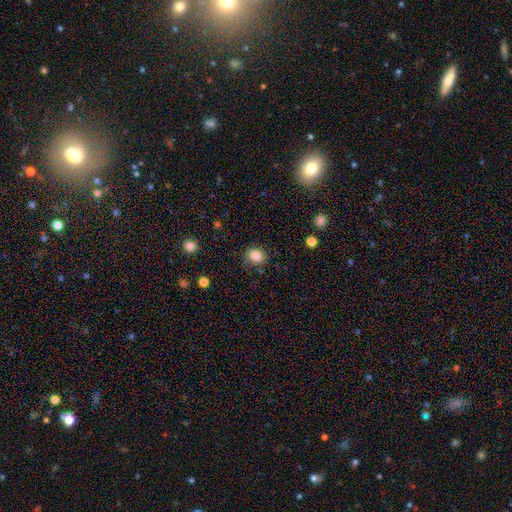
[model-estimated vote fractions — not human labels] This is clearly a smooth galaxy (85%). How rounded: likely round (62%). Merging: clearly none (82%).